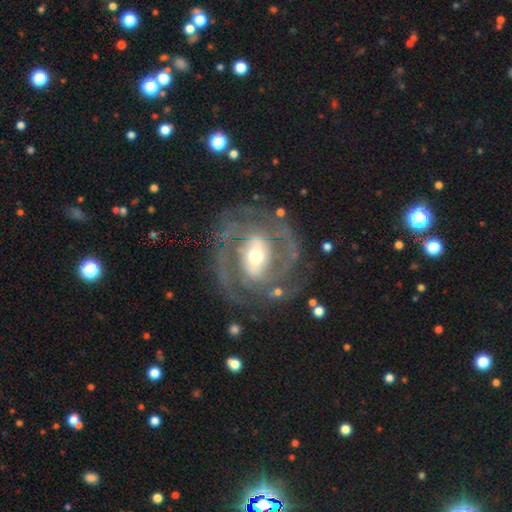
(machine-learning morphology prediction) smooth_or_featured: featured or disk (p=0.89) [alt: smooth p=0.06]
disk_edge_on: no (p=0.97) [alt: yes p=0.03]
bar: strong (p=0.43) [alt: weak p=0.36]
has_spiral_arms: yes (p=0.95) [alt: no p=0.05]
spiral_winding: tight (p=0.47) [alt: medium p=0.42]
spiral_arm_count: 2 (p=0.64) [alt: 3 p=0.14]
bulge_size: moderate (p=0.63) [alt: small p=0.22]
merging: none (p=0.75) [alt: minor disturbance p=0.14]